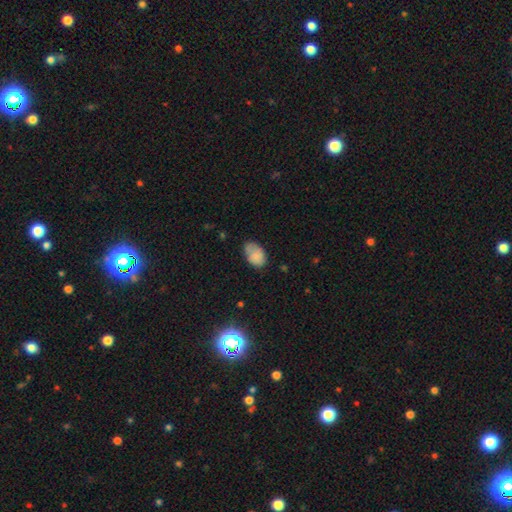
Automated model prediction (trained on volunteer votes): Smooth or featured: smooth — 79% (featured or disk — 12%)
How rounded: in between — 87% (round — 12%)
Merging: none — 54% (minor disturbance — 32%)